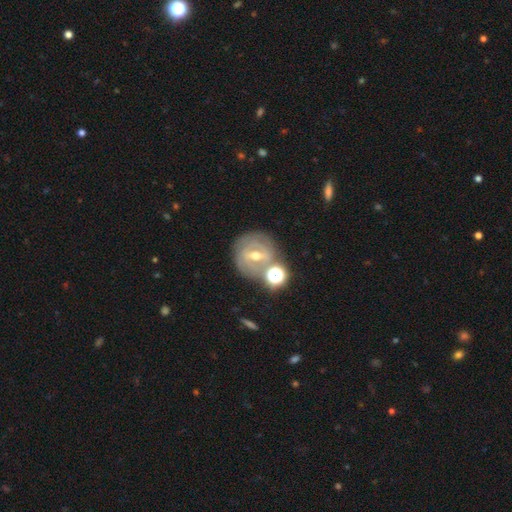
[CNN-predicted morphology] This is likely a featured or disk galaxy (68%). It is clearly not viewed edge-on (95%). Bar: marginally weak (44%). Spiral arm pattern: likely yes (72%). Central bulge: possibly moderate (51%). Merging: likely none (63%).